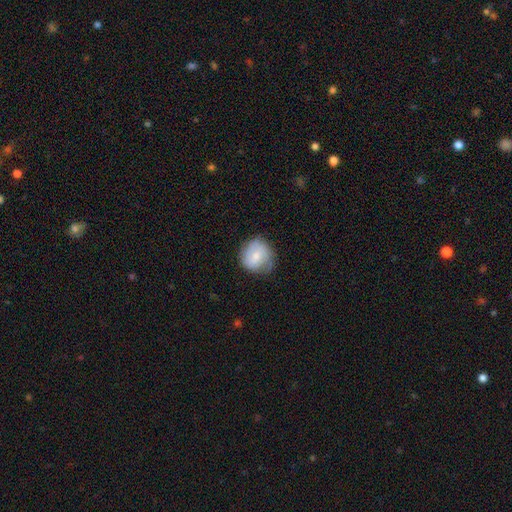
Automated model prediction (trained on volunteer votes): A smooth galaxy with no disk features (59%) that is round (84%).

Vote fractions:
- Smooth or featured? smooth: 59% / featured or disk: 34% / star or artifact: 7%
- How rounded? round: 84% / in between: 15% / cigar-shaped: 1%
- Merging? none: 65% / minor disturbance: 26% / major disturbance: 8% / merger: 1%